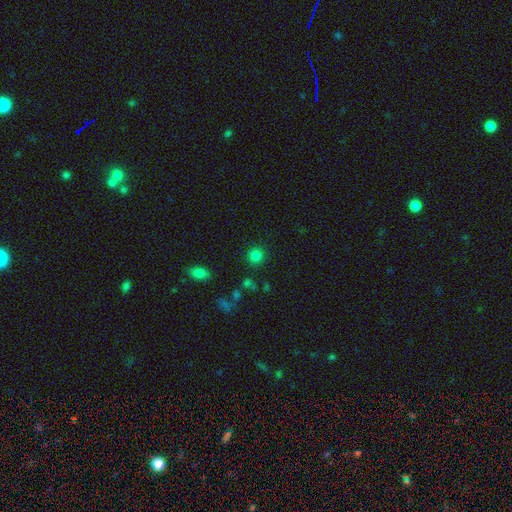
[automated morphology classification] Smooth or featured? Predicted: smooth (p=0.82). How rounded? Predicted: round (p=0.92). Merging? Predicted: none (p=0.88).